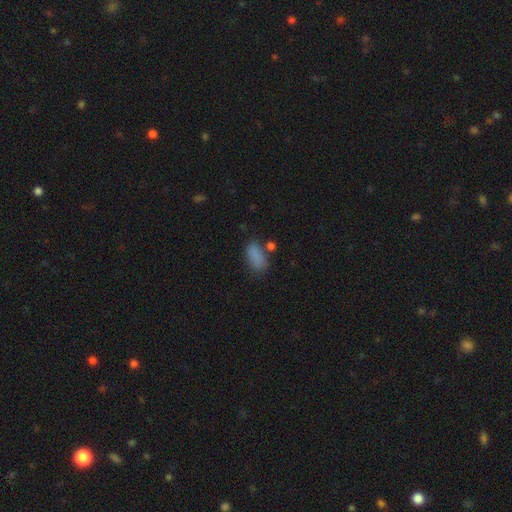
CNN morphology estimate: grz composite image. It shows a smooth galaxy with no disk features (82%) that is in between round and cigar-shaped (89%). Merging: none (64%).